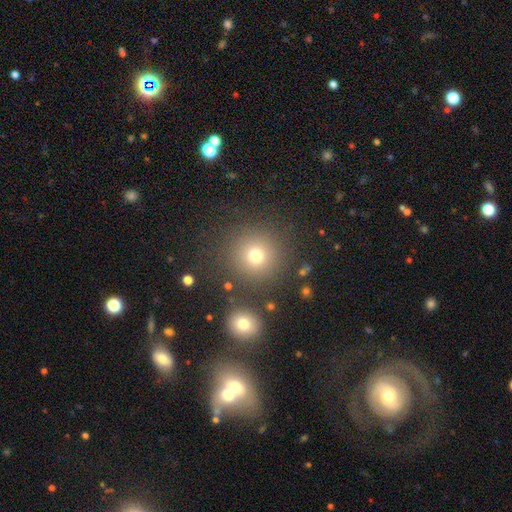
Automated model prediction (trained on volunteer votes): smooth 75%, star or artifact 17%, featured or disk 8%. Down the decision tree: how rounded — round (94%); merging — none (84%).